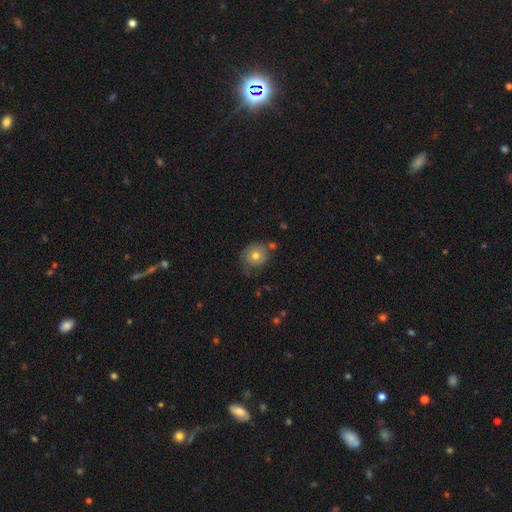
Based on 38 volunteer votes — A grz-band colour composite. It shows a smooth galaxy with no disk features (68%) that is round (96%). Merging: none (60%).